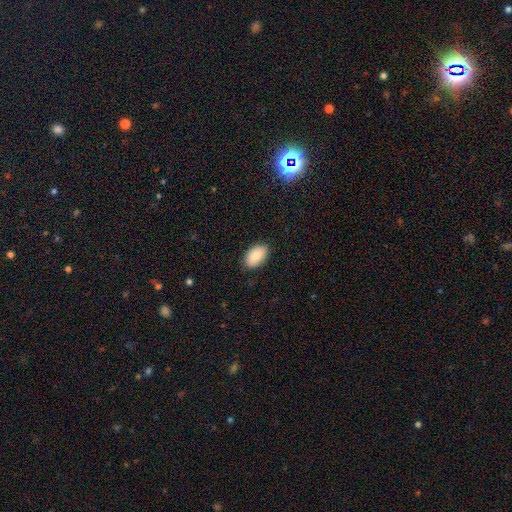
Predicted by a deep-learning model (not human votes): A smooth galaxy with no disk features (84%) that is in between round and cigar-shaped (93%).

Vote fractions:
- Smooth or featured? smooth: 84% / featured or disk: 10% / star or artifact: 7%
- How rounded? in between: 93% / round: 6% / cigar-shaped: 1%
- Merging? none: 86% / minor disturbance: 11% / major disturbance: 2% / merger: 1%